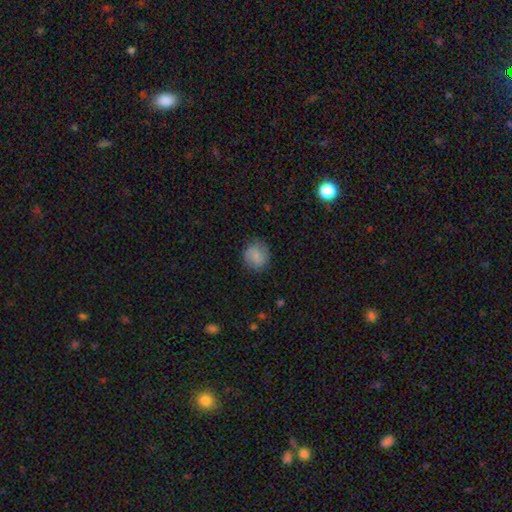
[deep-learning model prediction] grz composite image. It shows a smooth galaxy with no disk features (77%) that is round (81%). Merging: none (81%).